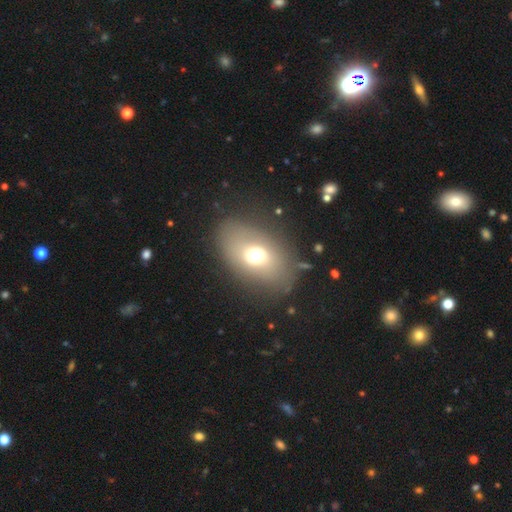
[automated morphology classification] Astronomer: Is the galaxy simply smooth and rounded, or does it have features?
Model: smooth — 61%.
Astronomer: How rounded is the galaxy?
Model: in between — 72%.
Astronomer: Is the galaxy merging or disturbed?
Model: none — 73%.